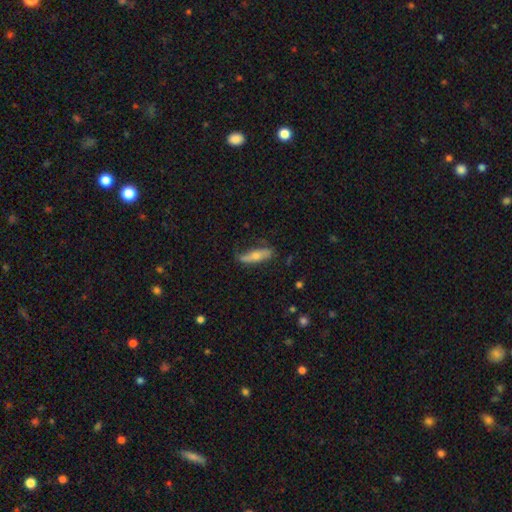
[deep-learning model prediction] smooth 49%, featured or disk 44%, star or artifact 7%. Down the decision tree: merging — none (66%).